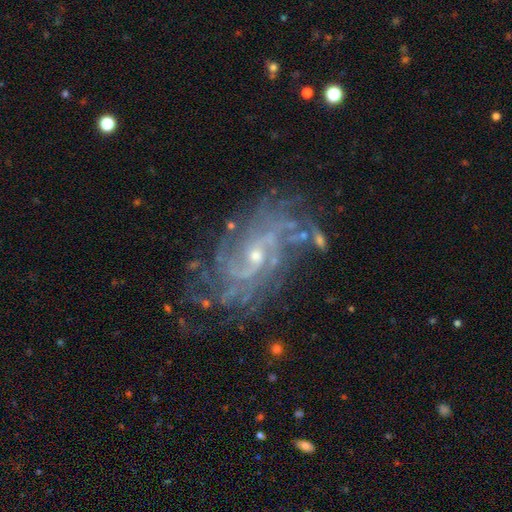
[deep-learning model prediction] Overall: featured or disk (86%). Edge-on disk: no (96%). Bar: no (46%; weak 42%). Spiral arms: yes (95%). Spiral arm count: can't tell (35%; 4 17%). Spiral winding: tight (55%; medium 33%). Bulge size: small (69%). Merging: none (71%).